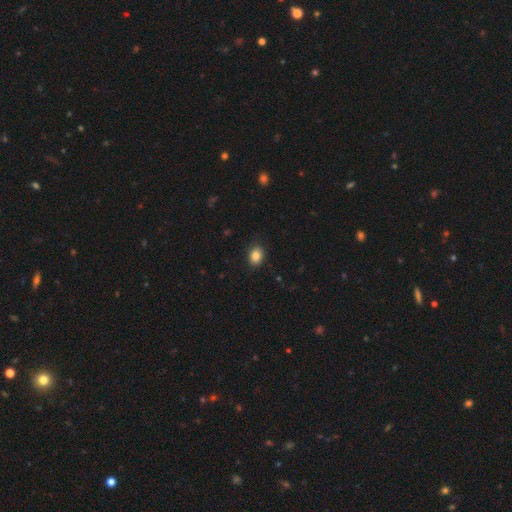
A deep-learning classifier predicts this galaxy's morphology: Smooth or featured? Predicted: smooth (p=0.86). How rounded? Predicted: in between (p=0.67). Merging? Predicted: none (p=0.87).